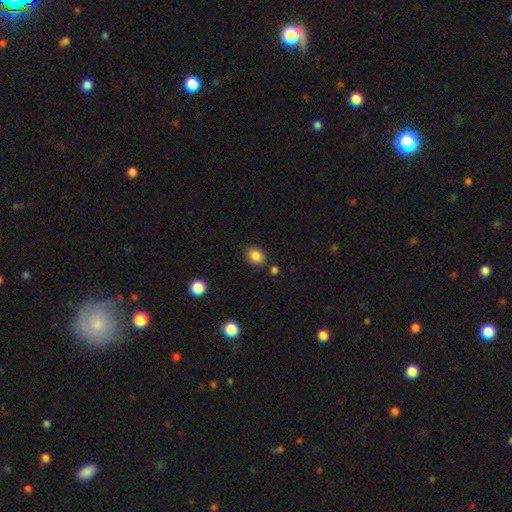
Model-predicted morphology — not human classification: This appears to be a smooth galaxy with no disk features (86%) that is in between round and cigar-shaped (50%). Merging: none (79%).